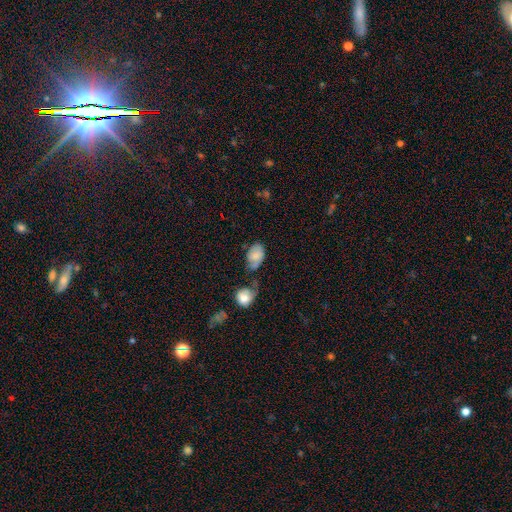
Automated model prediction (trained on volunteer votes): Morphology: type=smooth (65%); roundness=in between (87%); merging=none (33%).